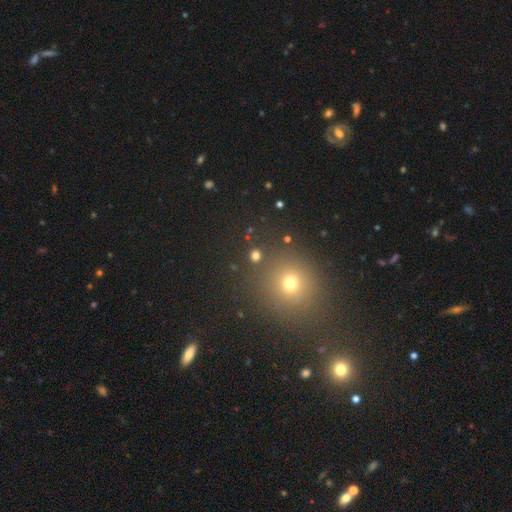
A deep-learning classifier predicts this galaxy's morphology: Q: Smooth or featured?
A: smooth (70%); runner-up: star or artifact (24%)
Q: How rounded?
A: round (88%); runner-up: in between (11%)
Q: Merging?
A: none (85%); runner-up: minor disturbance (6%)